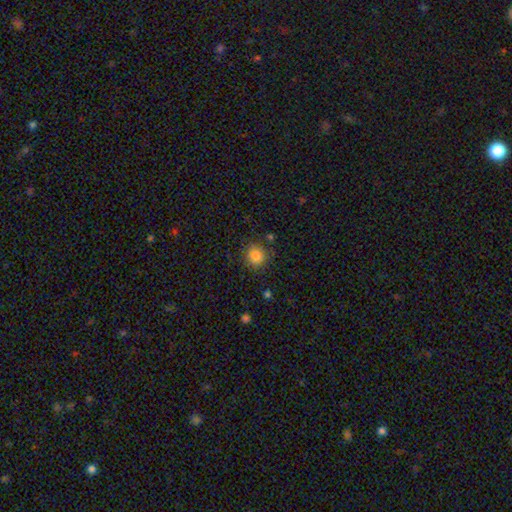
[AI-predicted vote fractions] Morphology: type=smooth (85%); roundness=round (86%); merging=none (82%).